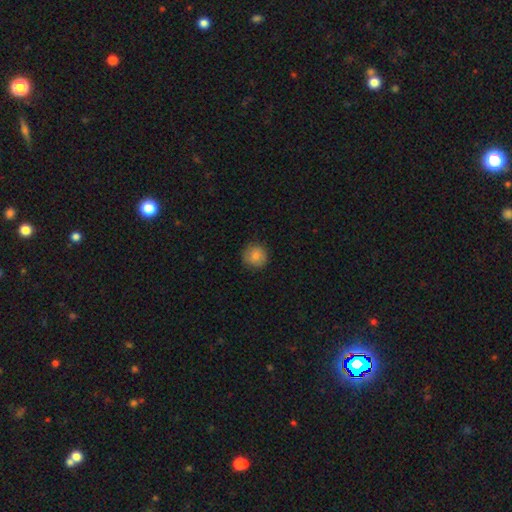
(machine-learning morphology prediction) Smooth or featured? Predicted: smooth (p=0.81). How rounded? Predicted: round (p=0.93). Merging? Predicted: none (p=0.87).